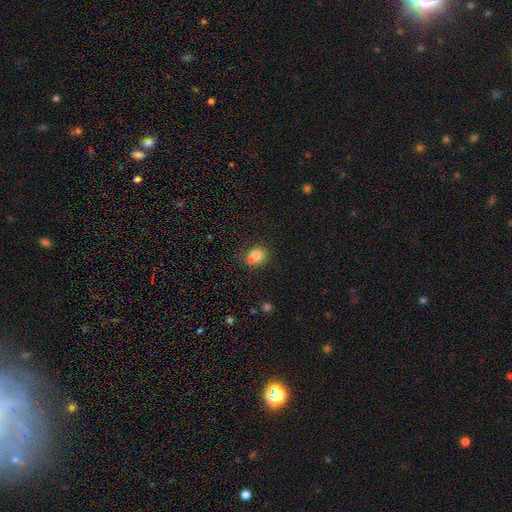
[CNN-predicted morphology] Q: Smooth or featured?
A: smooth (77%); runner-up: star or artifact (12%)
Q: How rounded?
A: round (69%); runner-up: in between (30%)
Q: Merging?
A: none (53%); runner-up: merger (28%)